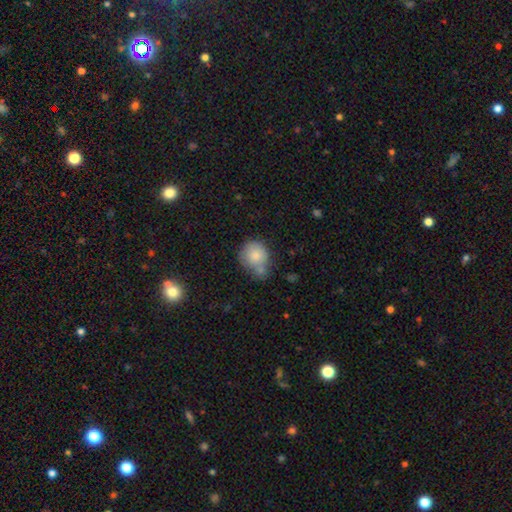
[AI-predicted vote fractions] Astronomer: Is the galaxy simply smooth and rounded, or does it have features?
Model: smooth — 80%.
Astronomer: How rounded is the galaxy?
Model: round — 76%.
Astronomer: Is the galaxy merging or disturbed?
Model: none — 41% (runner-up: merger, 29%).